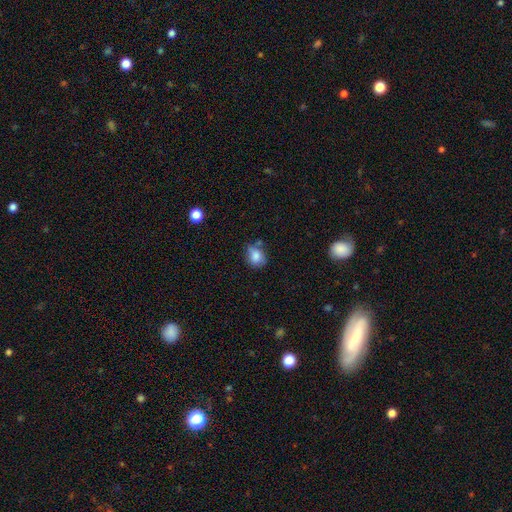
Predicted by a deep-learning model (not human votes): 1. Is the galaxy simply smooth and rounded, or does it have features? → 81% smooth, 10% featured or disk, 10% star or artifact.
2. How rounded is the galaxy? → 50% round, 48% in between, 1% cigar-shaped.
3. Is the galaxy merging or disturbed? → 58% none, 27% minor disturbance, 9% merger, 6% major disturbance.